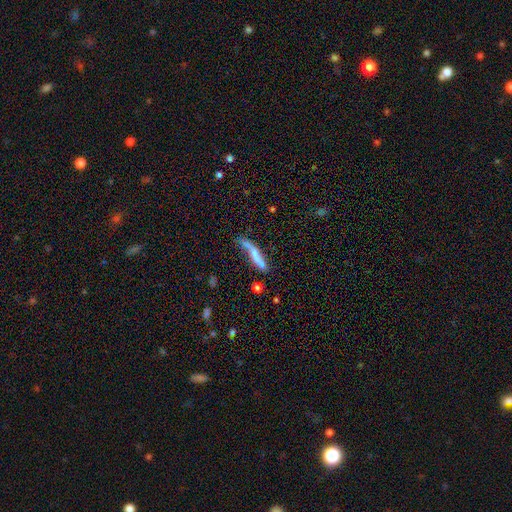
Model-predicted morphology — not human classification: smooth_or_featured: smooth (p=0.57) [alt: featured or disk p=0.35]
how_rounded: cigar-shaped (p=0.87) [alt: in between p=0.11]
merging: none (p=0.43) [alt: minor disturbance p=0.28]